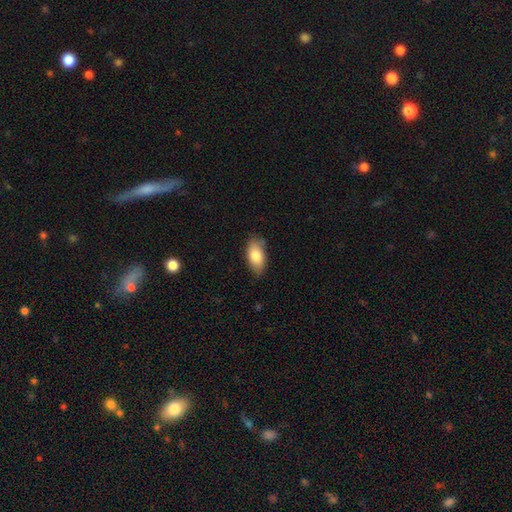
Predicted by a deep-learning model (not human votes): smooth 82%, featured or disk 12%, star or artifact 6%. Down the decision tree: how rounded — in between (92%); merging — none (76%).